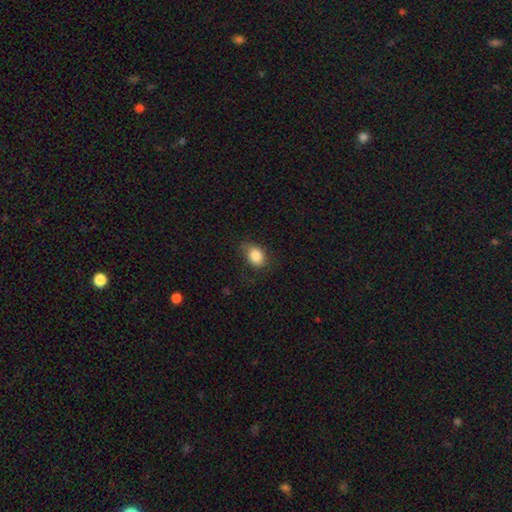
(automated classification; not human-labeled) smooth 86%, star or artifact 8%, featured or disk 6%. Down the decision tree: how rounded — in between (70%); merging — none (68%).